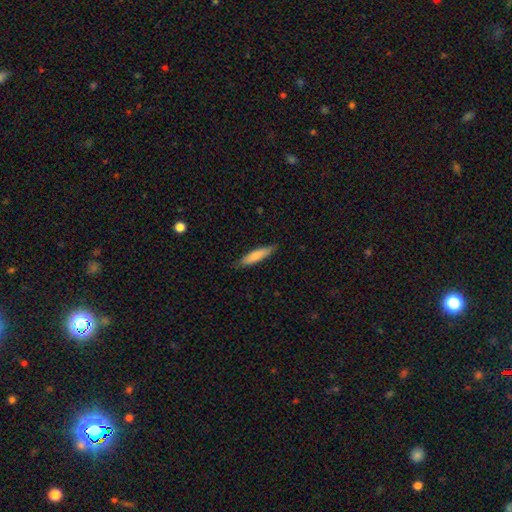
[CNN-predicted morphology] type=smooth (78%); roundness=cigar-shaped (80%); merging=none (85%).